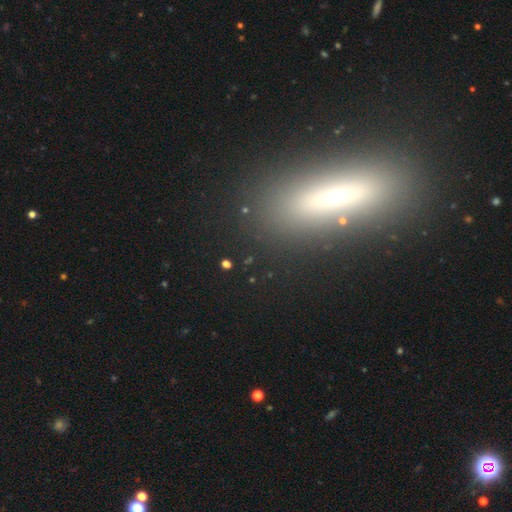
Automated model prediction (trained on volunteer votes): This is possibly a smooth galaxy (50%). Merging: clearly none (83%).